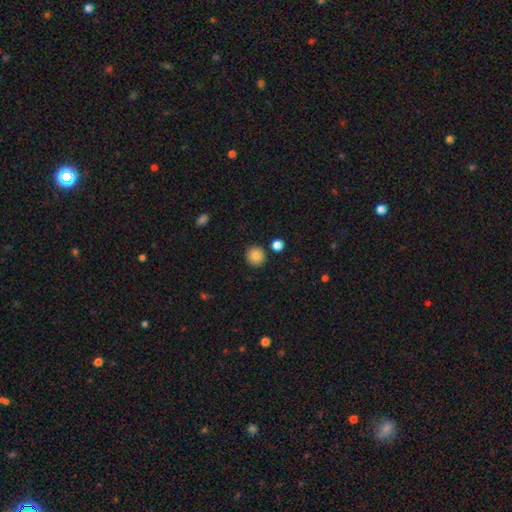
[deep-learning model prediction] This appears to be a smooth galaxy with no disk features (86%) that is round (94%). Merging: none (88%).